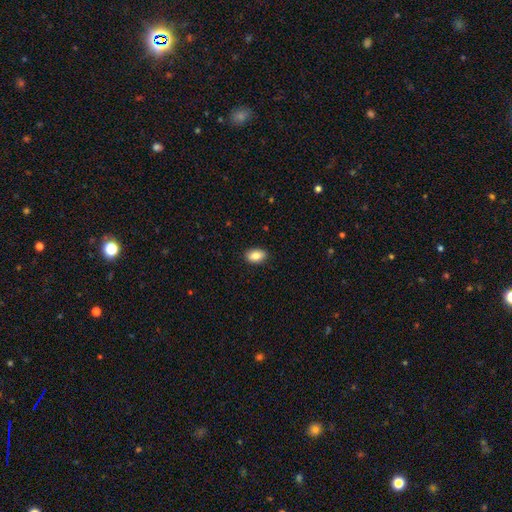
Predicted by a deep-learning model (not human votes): smooth_or_featured: smooth (p=0.84) [alt: featured or disk p=0.08]
how_rounded: in between (p=0.89) [alt: round p=0.09]
merging: none (p=0.90) [alt: minor disturbance p=0.08]